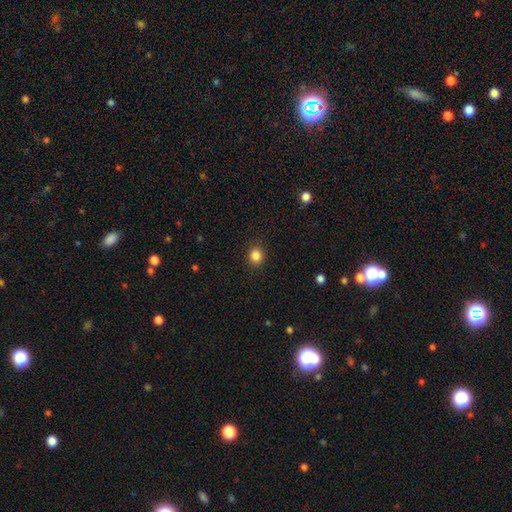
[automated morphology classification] A smooth galaxy with no disk features (85%) that is round (78%). Merging: none (90%).